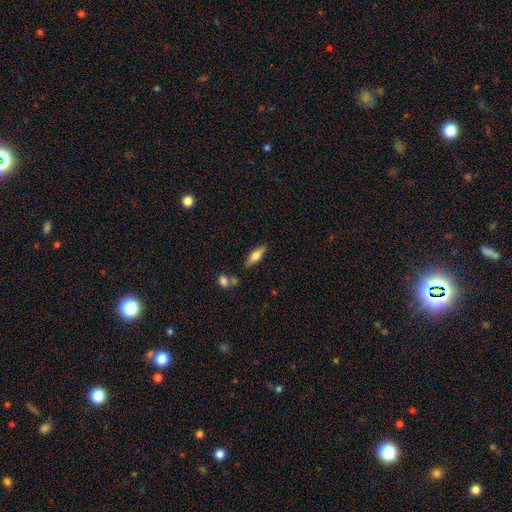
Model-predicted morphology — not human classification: smooth 58%, featured or disk 35%, star or artifact 7%. Down the decision tree: how rounded — in between (52%); merging — none (79%).